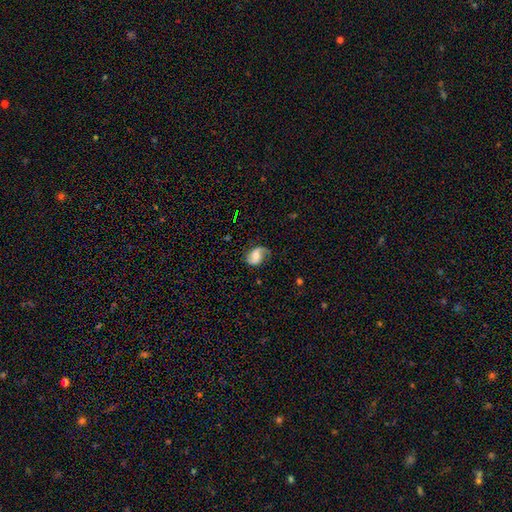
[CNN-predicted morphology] The model was most divided on "spiral winding": loose: 43%, medium: 38%, tight: 19%. More confident: edge-on disk — no (97%); spiral arms — yes (92%); spiral arm count — 2 (71%); smooth or featured — featured or disk (67%); merging — none (63%); bulge size — moderate (58%); bar — no (53%).